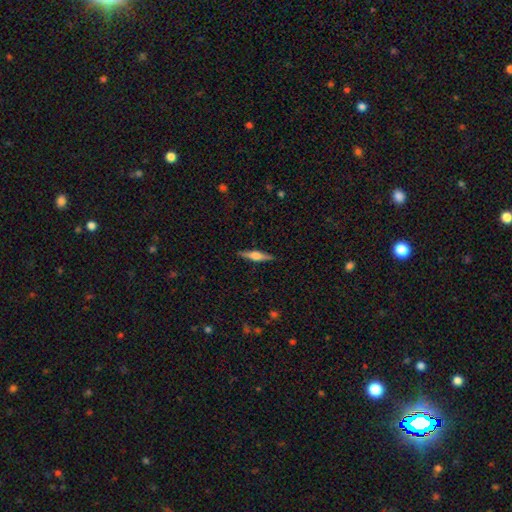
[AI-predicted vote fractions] The model was most divided on "smooth or featured": featured or disk: 63%, smooth: 31%, star or artifact: 6%. More confident: edge-on disk — yes (97%); merging — none (90%); edge-on bulge — rounded (86%).